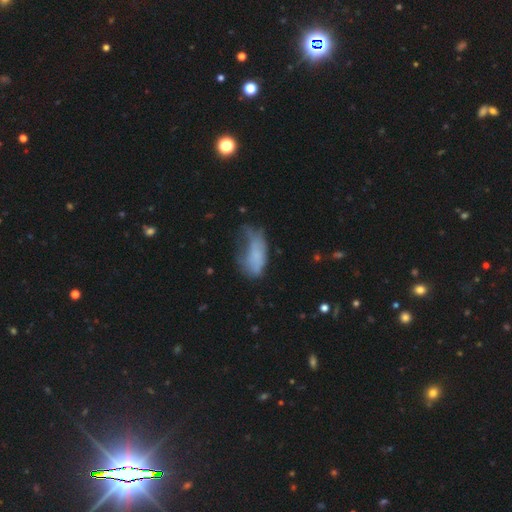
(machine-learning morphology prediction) This is likely a smooth galaxy (65%). How rounded: clearly in between (86%). Merging: marginally major disturbance (40%).